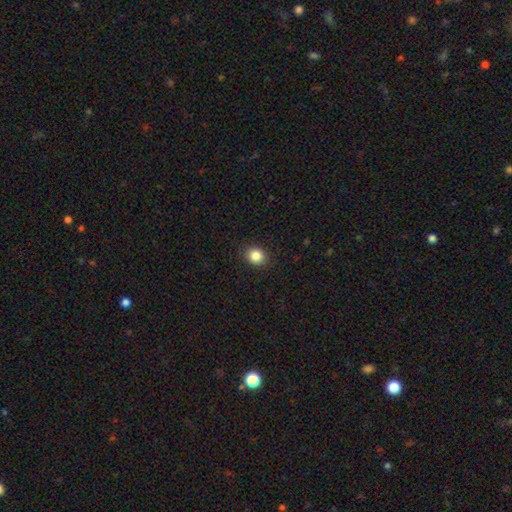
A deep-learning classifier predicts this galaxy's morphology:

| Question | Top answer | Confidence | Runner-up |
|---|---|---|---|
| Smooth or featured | smooth | 85% | star or artifact (10%) |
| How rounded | round | 72% | in between (28%) |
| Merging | none | 90% | minor disturbance (7%) |